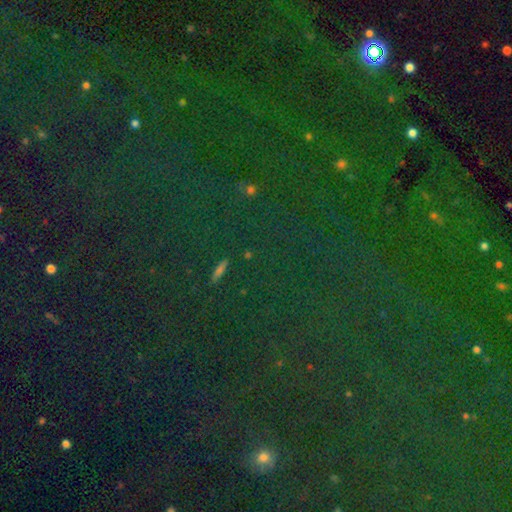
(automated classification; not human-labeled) smooth_or_featured: star or artifact (p=0.75) [alt: smooth p=0.16]